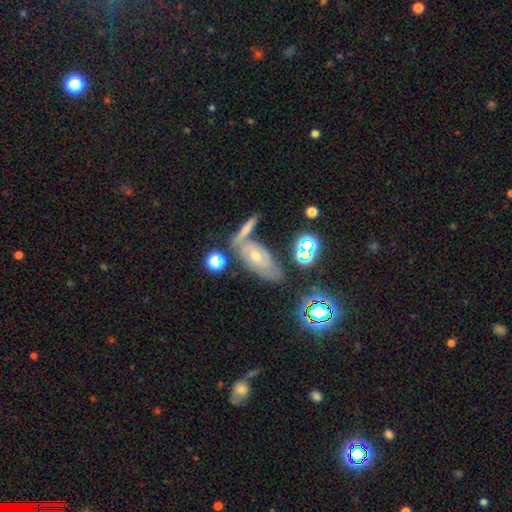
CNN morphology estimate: The model was most divided on "smooth or featured": featured or disk: 50%, smooth: 32%, star or artifact: 18%. More confident: merging — none (54%).